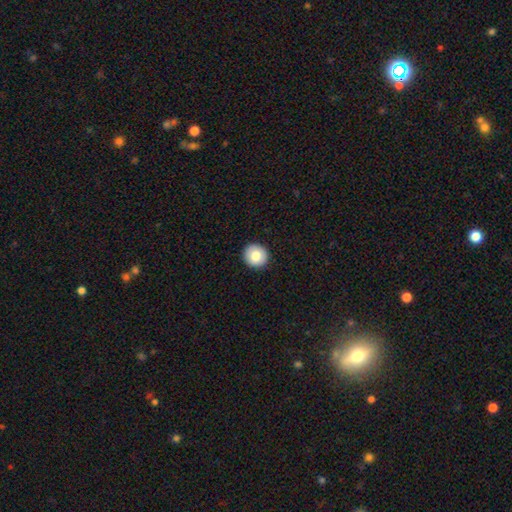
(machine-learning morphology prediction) Smooth or featured: smooth — 82% (featured or disk — 10%)
How rounded: round — 93% (in between — 6%)
Merging: none — 92% (minor disturbance — 5%)